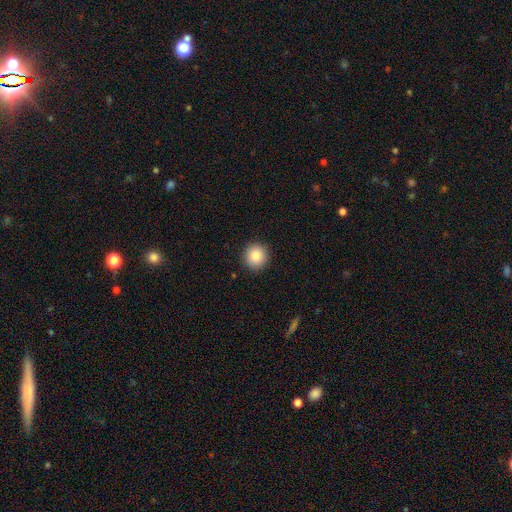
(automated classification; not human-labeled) Overall: smooth (85%). How rounded: round (94%). Merging: none (92%).